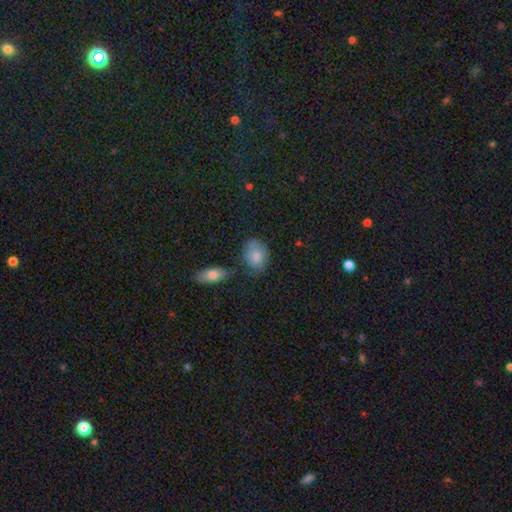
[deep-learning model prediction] Q: Smooth or featured?
A: smooth (83%); runner-up: featured or disk (10%)
Q: How rounded?
A: in between (65%); runner-up: round (33%)
Q: Merging?
A: none (57%); runner-up: minor disturbance (27%)